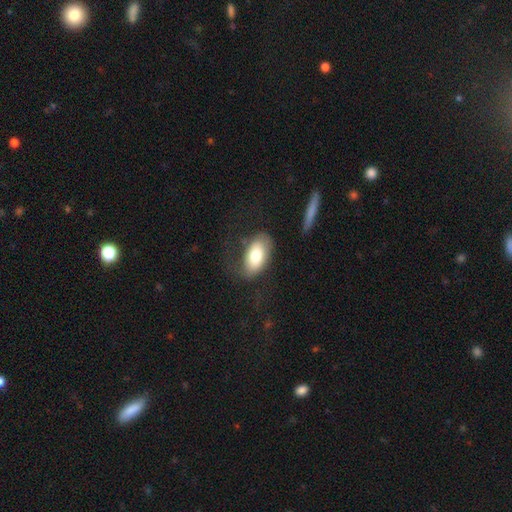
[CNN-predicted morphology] Smooth or featured: smooth — 74% (featured or disk — 20%)
How rounded: in between — 93% (round — 4%)
Merging: none — 57% (minor disturbance — 23%)